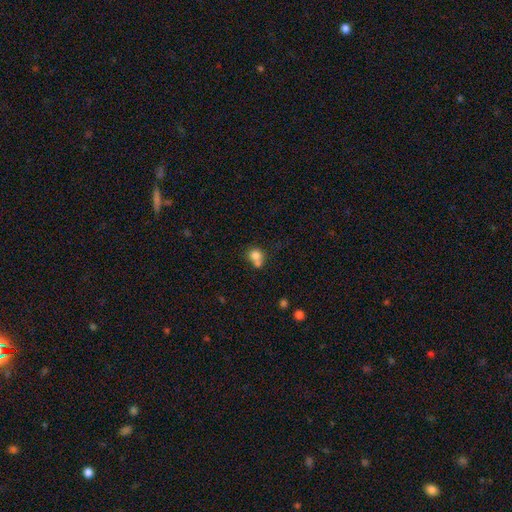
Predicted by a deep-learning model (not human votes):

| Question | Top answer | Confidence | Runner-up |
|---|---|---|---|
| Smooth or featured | smooth | 78% | featured or disk (11%) |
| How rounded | round | 73% | in between (26%) |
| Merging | merger | 48% | none (36%) |